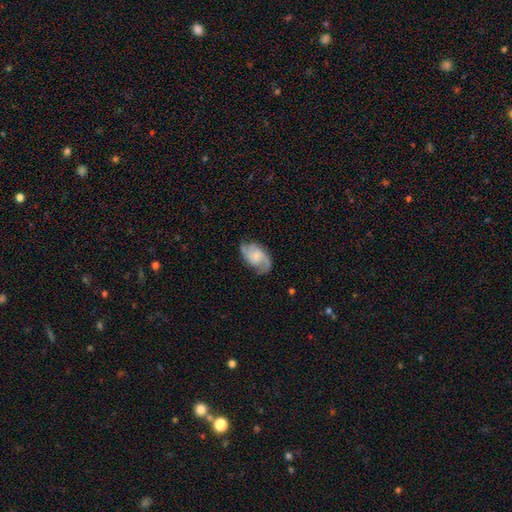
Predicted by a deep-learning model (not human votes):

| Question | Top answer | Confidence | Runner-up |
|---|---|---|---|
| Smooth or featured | featured or disk | 79% | smooth (15%) |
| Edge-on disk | no | 97% | yes (3%) |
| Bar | no | 59% | weak (35%) |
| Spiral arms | yes | 96% | no (4%) |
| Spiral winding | medium | 50% | loose (30%) |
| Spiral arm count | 2 | 81% | 3 (7%) |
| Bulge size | small | 34% | moderate (28%) |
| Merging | none | 73% | minor disturbance (18%) |